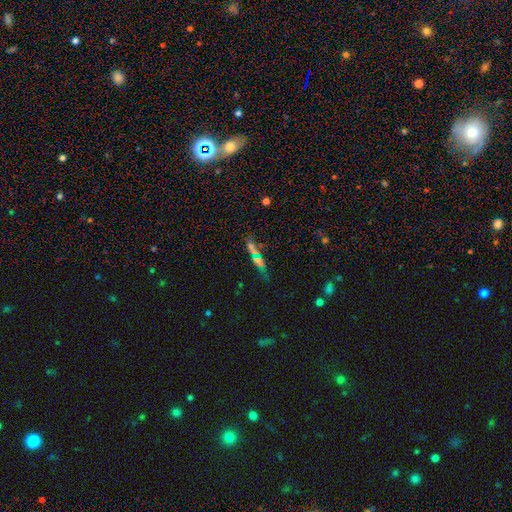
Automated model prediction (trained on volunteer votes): Smooth or featured: featured or disk — 37% (smooth — 33%)
Merging: none — 56% (merger — 24%)